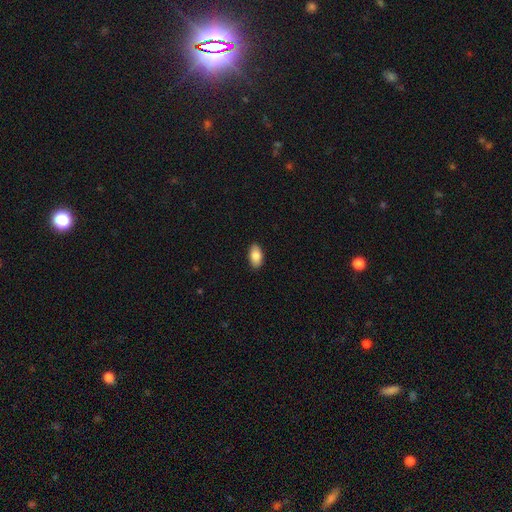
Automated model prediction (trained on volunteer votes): Smooth or featured? Predicted: smooth (p=0.86). How rounded? Predicted: in between (p=0.94). Merging? Predicted: none (p=0.90).